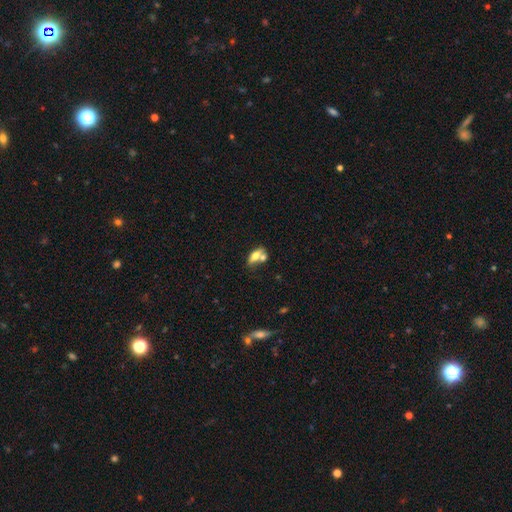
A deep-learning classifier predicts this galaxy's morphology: A smooth galaxy with no disk features (61%) that is in between round and cigar-shaped (78%).

Vote fractions:
- Smooth or featured? smooth: 61% / featured or disk: 30% / star or artifact: 8%
- How rounded? in between: 78% / cigar-shaped: 13% / round: 9%
- Merging? merger: 44% / none: 38% / minor disturbance: 12% / major disturbance: 6%